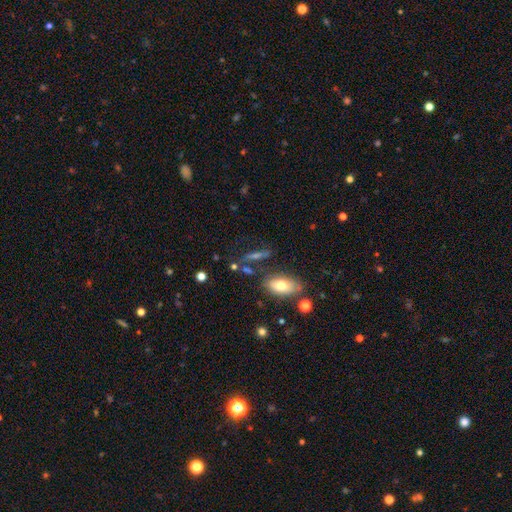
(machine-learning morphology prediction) This appears to be a smooth galaxy with no disk features (45%). Merging: none (65%).